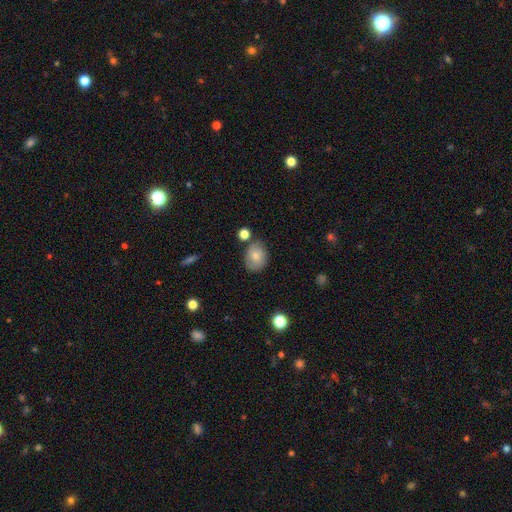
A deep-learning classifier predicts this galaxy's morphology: smooth 76%, featured or disk 15%, star or artifact 9%. Down the decision tree: how rounded — in between (54%); merging — none (70%).